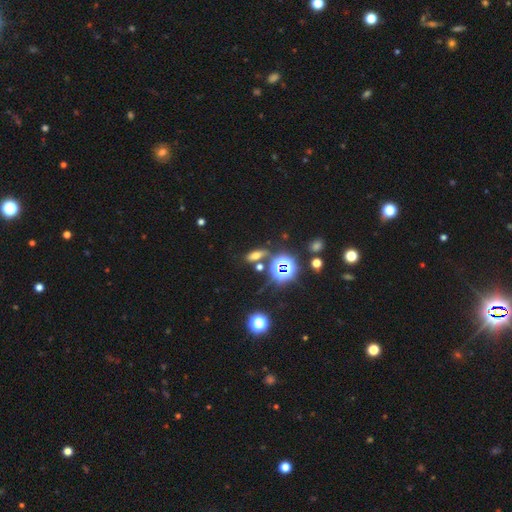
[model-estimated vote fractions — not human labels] Q: Smooth or featured?
A: smooth (49%); runner-up: star or artifact (35%)
Q: Merging?
A: none (75%); runner-up: minor disturbance (11%)